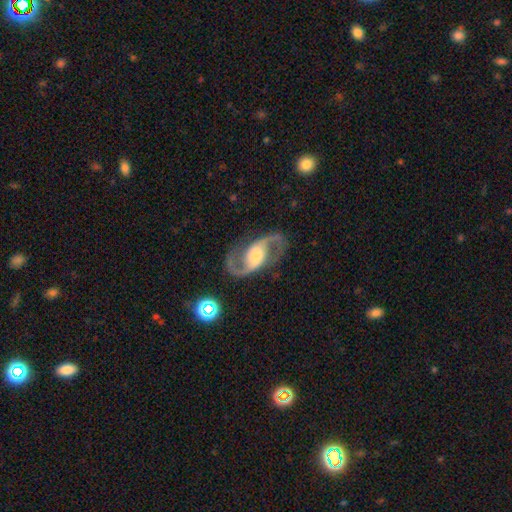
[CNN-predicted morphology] Overall: featured or disk (92%). Edge-on disk: no (97%). Bar: weak (40%; no 38%). Spiral arms: yes (98%). Spiral arm count: 2 (94%). Spiral winding: medium (52%; loose 38%). Bulge size: moderate (49%; small 25%). Merging: none (83%).